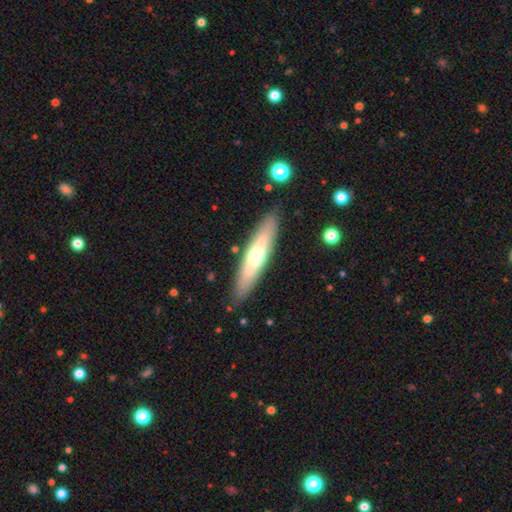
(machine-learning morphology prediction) A smooth galaxy with no disk features (51%) that is cigar-shaped (78%).

Vote fractions:
- Smooth or featured? smooth: 51% / featured or disk: 43% / star or artifact: 6%
- How rounded? cigar-shaped: 78% / in between: 20% / round: 1%
- Merging? none: 88% / minor disturbance: 9% / major disturbance: 2% / merger: 2%